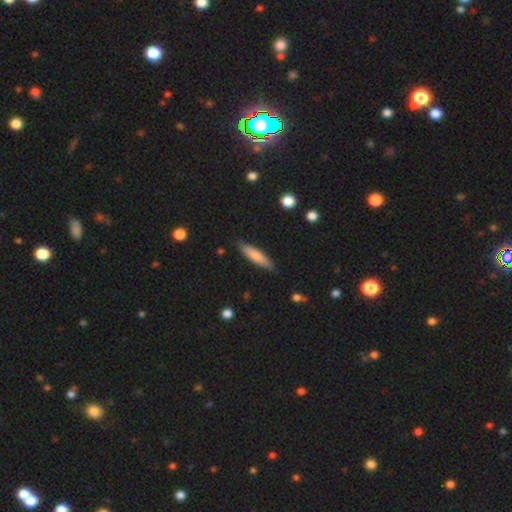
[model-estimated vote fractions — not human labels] Q: Smooth or featured?
A: smooth (77%); runner-up: featured or disk (18%)
Q: How rounded?
A: cigar-shaped (75%); runner-up: in between (24%)
Q: Merging?
A: none (86%); runner-up: minor disturbance (11%)